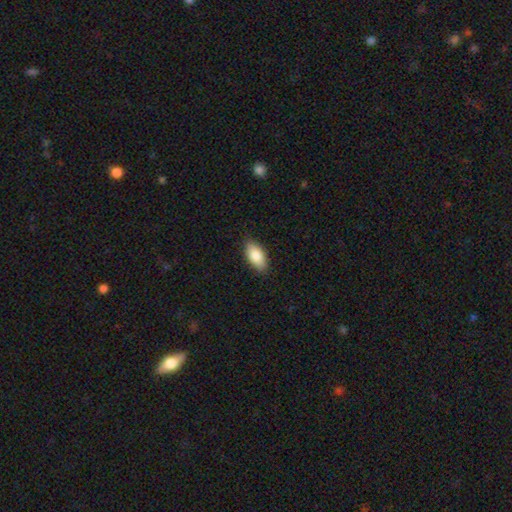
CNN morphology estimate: Overall: smooth (86%). How rounded: in between (91%). Merging: none (87%).